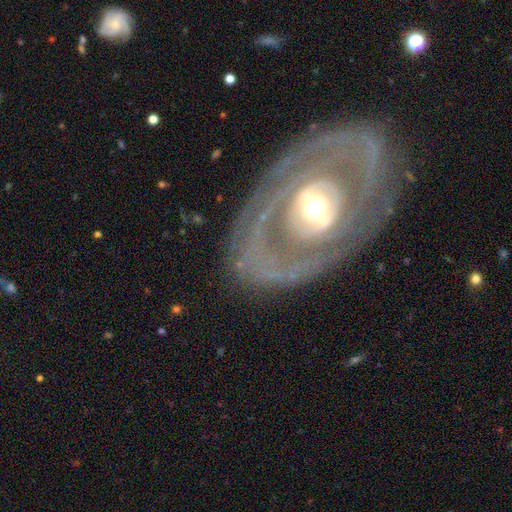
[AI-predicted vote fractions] A featured or disk galaxy (83%) with no bar (72%), 2 (49%) tight (64%) spiral arms (70%) and a moderate central bulge (63%).

Vote fractions:
- Smooth or featured? featured or disk: 83% / smooth: 12% / star or artifact: 5%
- Edge-on disk? no: 94% / yes: 6%
- Bar? no: 72% / weak: 18% / strong: 10%
- Spiral arms? yes: 70% / no: 30%
- Spiral winding? tight: 64% / medium: 25% / loose: 11%
- Spiral arm count? 2: 49% / can't tell: 26% / 3: 8% / 1: 8% / 4: 5% / more than 4: 4%
- Bulge size? moderate: 63% / large: 17% / small: 16% / dominant: 2% / none: 1%
- Merging? none: 79% / minor disturbance: 12% / major disturbance: 7% / merger: 2%